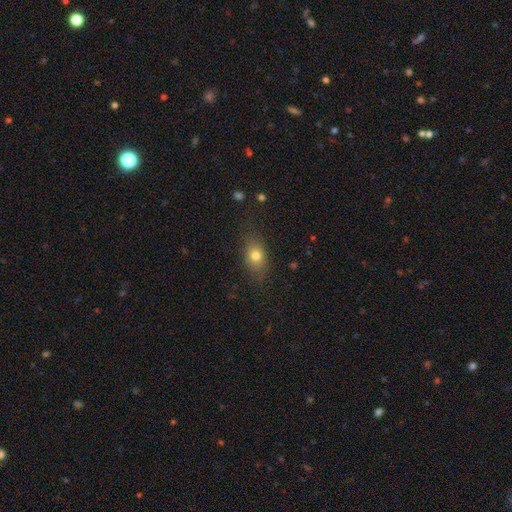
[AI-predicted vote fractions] smooth 76%, featured or disk 13%, star or artifact 11%. Down the decision tree: how rounded — in between (69%); merging — none (76%).